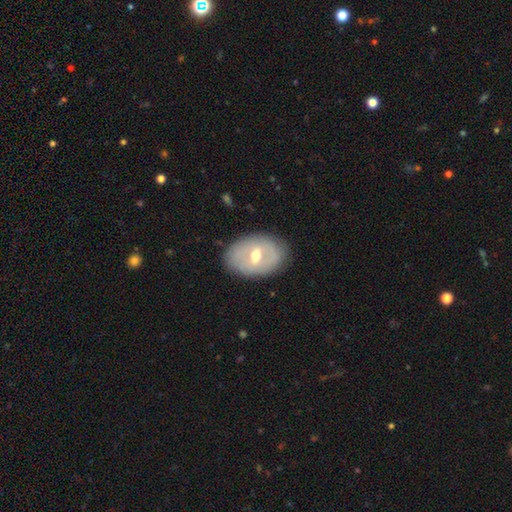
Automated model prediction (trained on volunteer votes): This is possibly a featured or disk galaxy (52%). It is clearly not viewed edge-on (90%). Merging: clearly none (83%).